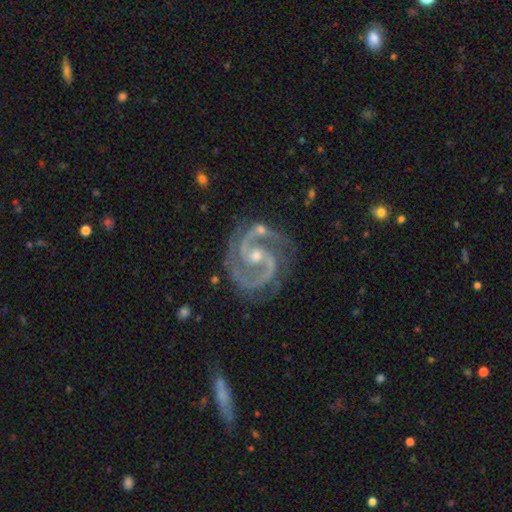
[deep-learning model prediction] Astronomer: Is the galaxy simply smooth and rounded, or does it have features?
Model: featured or disk — 93%.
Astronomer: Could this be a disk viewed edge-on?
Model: no — 98%.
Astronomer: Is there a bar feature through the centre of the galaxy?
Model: no — 48% (runner-up: weak, 35%).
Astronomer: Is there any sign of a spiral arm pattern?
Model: yes — 99%.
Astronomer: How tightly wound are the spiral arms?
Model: medium — 53% (runner-up: tight, 42%).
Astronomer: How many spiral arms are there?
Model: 2 — 88%.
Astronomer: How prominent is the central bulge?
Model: small — 53% (runner-up: moderate, 44%).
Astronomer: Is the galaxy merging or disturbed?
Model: none — 72%.